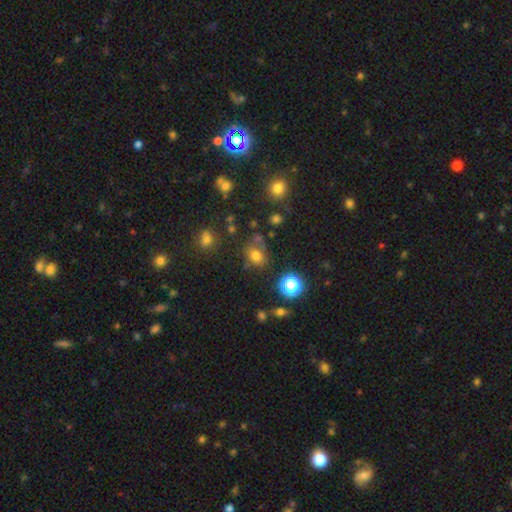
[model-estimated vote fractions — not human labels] smooth-or-featured: smooth: 68% | star or artifact: 21% | featured or disk: 10%
  how-rounded: round: 57% | in between: 42% | cigar-shaped: 1%
  merging: none: 61% | minor disturbance: 20% | merger: 10% | major disturbance: 9%